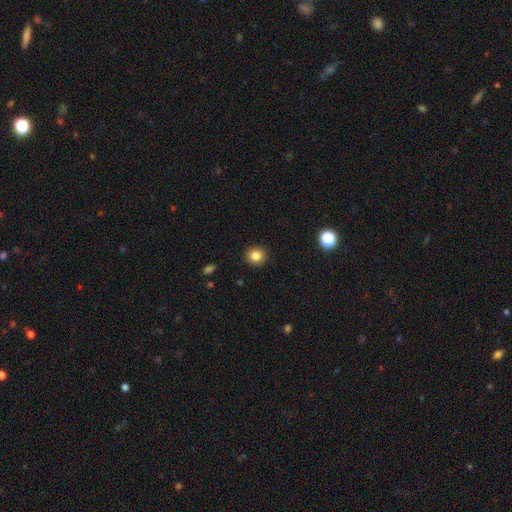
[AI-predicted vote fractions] This is clearly a smooth galaxy (83%). How rounded: clearly round (91%). Merging: clearly none (92%).